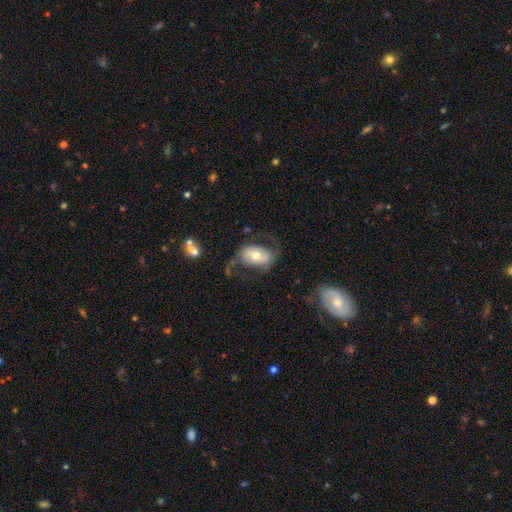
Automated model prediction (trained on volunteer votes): A featured or disk galaxy (56%) with no bar (55%), spiral arms (73%) and a moderate central bulge (68%). Merging: none (58%).